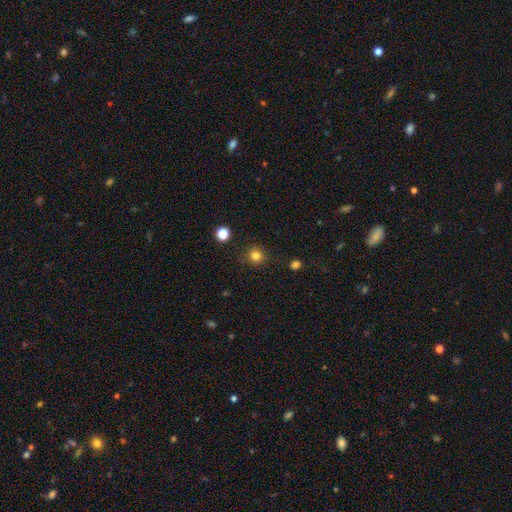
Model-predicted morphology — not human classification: Q: Smooth or featured?
A: smooth (82%); runner-up: star or artifact (13%)
Q: How rounded?
A: round (90%); runner-up: in between (9%)
Q: Merging?
A: none (85%); runner-up: minor disturbance (10%)